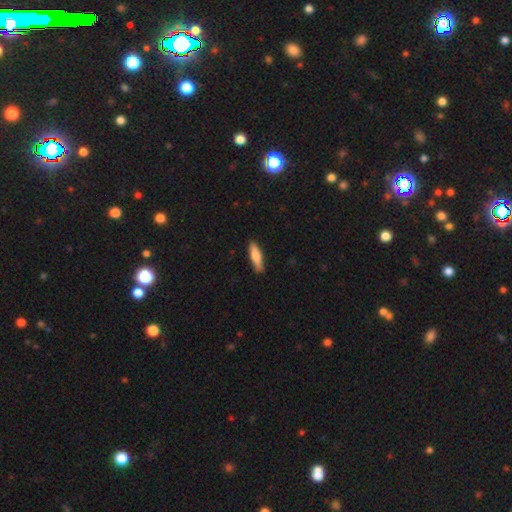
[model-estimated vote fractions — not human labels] Morphology: type=smooth (72%); roundness=cigar-shaped (72%); merging=none (88%).